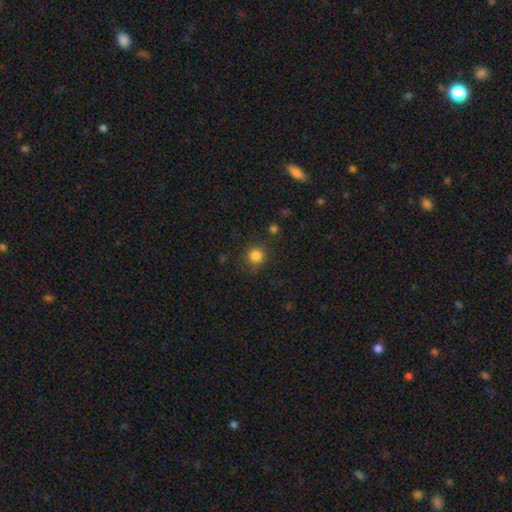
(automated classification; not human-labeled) This is clearly a smooth galaxy (84%). How rounded: clearly round (92%). Merging: clearly none (84%).